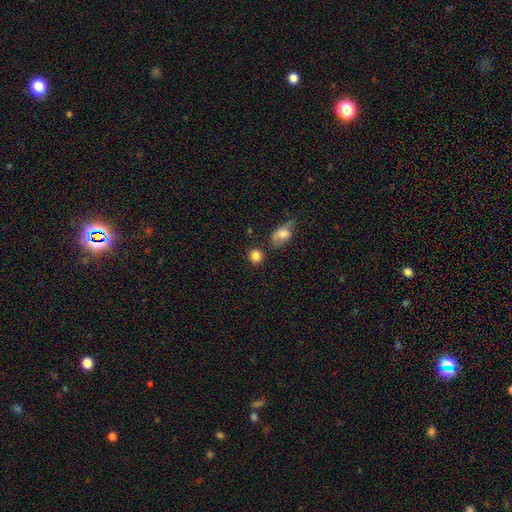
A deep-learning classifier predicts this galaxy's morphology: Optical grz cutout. It shows a smooth galaxy with no disk features (84%) that is round (86%). Merging: none (77%).